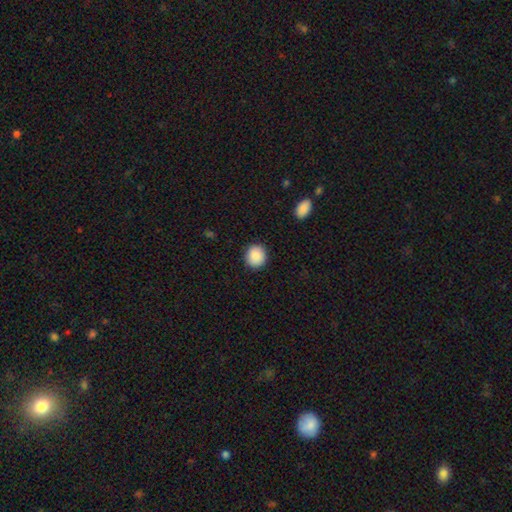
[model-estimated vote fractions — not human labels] Smooth or featured?
  - smooth: 89% *
  - star or artifact: 8%
  - featured or disk: 4%
How rounded?
  - round: 83% *
  - in between: 16%
  - cigar-shaped: 1%
Merging?
  - none: 90% *
  - minor disturbance: 7%
  - major disturbance: 2%
  - merger: 1%